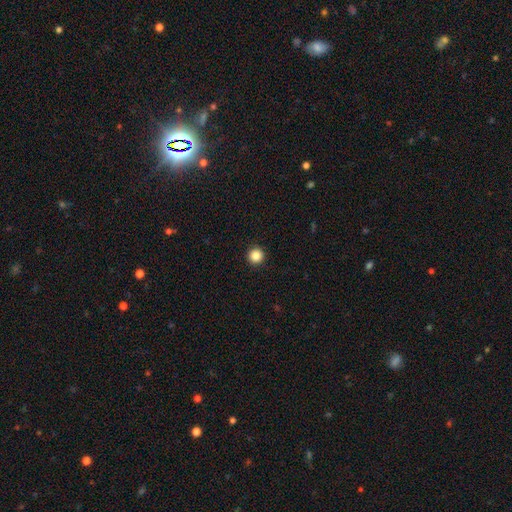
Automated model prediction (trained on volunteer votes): Smooth or featured? Predicted: smooth (p=0.86). How rounded? Predicted: round (p=0.96). Merging? Predicted: none (p=0.94).